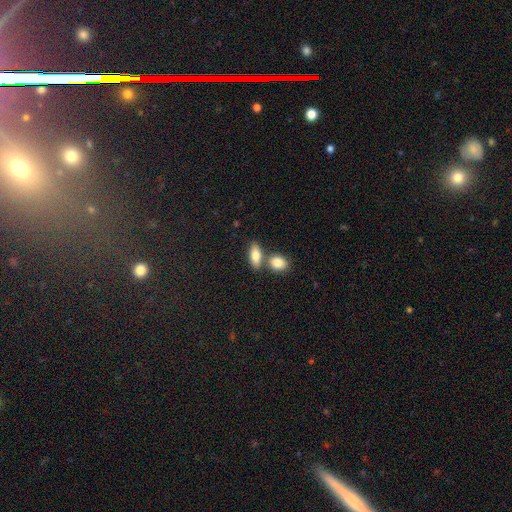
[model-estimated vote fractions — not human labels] Smooth or featured: smooth — 80% (featured or disk — 13%)
How rounded: in between — 80% (cigar-shaped — 13%)
Merging: none — 58% (merger — 30%)